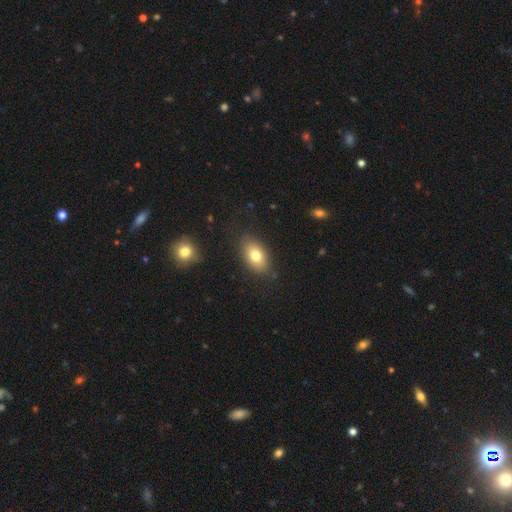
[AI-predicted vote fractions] smooth 77%, featured or disk 14%, star or artifact 9%. Down the decision tree: how rounded — in between (90%); merging — none (84%).